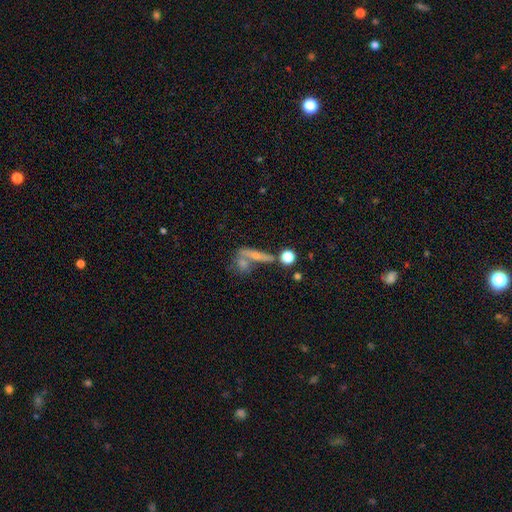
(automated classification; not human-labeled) A smooth galaxy with no disk features (44%). Merging: none (47%).